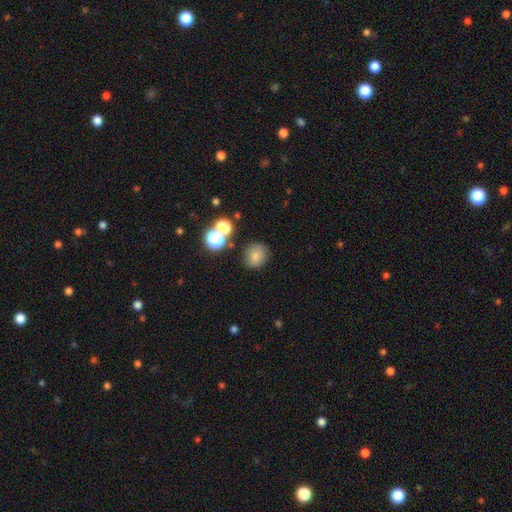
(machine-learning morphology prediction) The model was most divided on "how rounded": round: 75%, in between: 24%, cigar-shaped: 1%. More confident: merging — none (79%); smooth or featured — smooth (77%).